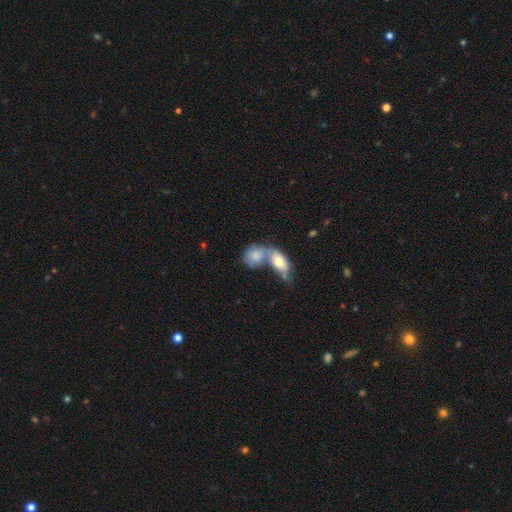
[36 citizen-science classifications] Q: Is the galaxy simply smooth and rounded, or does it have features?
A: smooth — 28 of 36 (78%).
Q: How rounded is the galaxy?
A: round — 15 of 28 (54%).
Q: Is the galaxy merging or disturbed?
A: merger — 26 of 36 (72%).